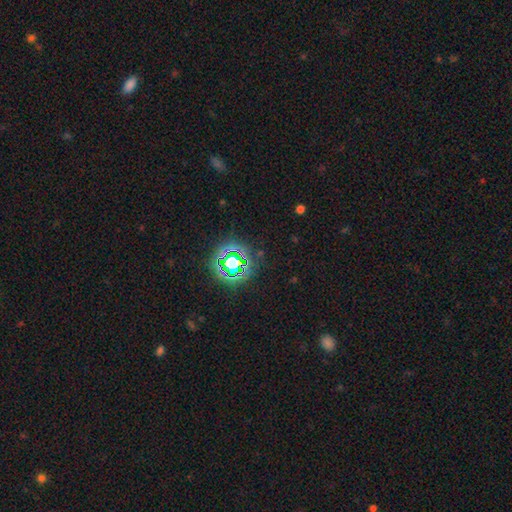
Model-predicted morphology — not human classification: smooth-or-featured: star or artifact: 79% | smooth: 14% | featured or disk: 7%